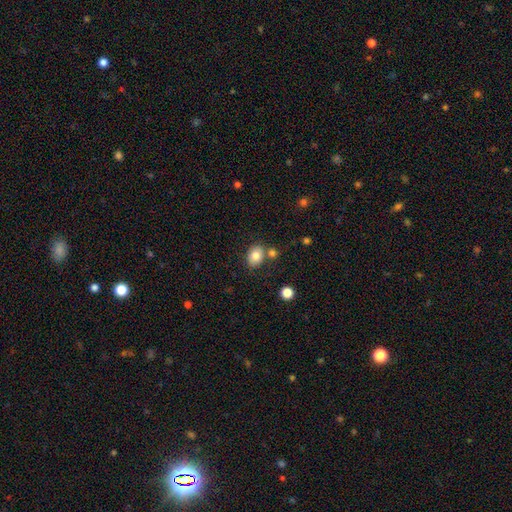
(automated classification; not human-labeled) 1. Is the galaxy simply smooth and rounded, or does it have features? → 81% smooth, 10% featured or disk, 9% star or artifact.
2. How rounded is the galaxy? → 64% in between, 35% round, 1% cigar-shaped.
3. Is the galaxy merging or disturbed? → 71% none, 13% merger, 12% minor disturbance, 3% major disturbance.